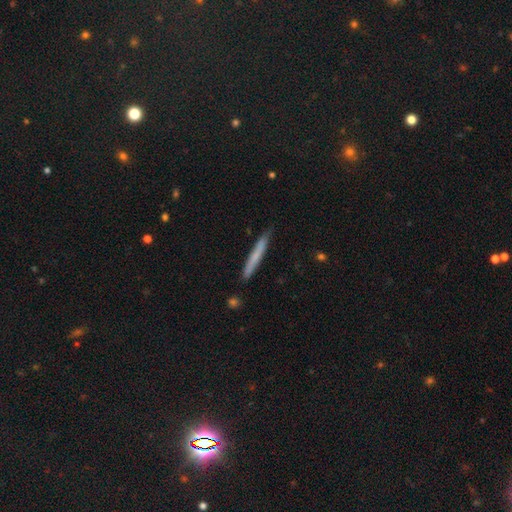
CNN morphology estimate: Smooth or featured: smooth — 63% (featured or disk — 31%)
How rounded: cigar-shaped — 96% (in between — 2%)
Merging: none — 85% (minor disturbance — 12%)